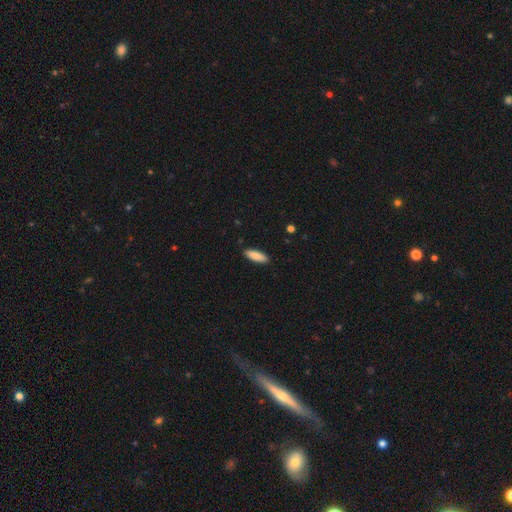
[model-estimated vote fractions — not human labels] smooth 87%, featured or disk 7%, star or artifact 6%. Down the decision tree: how rounded — in between (58%); merging — none (89%).